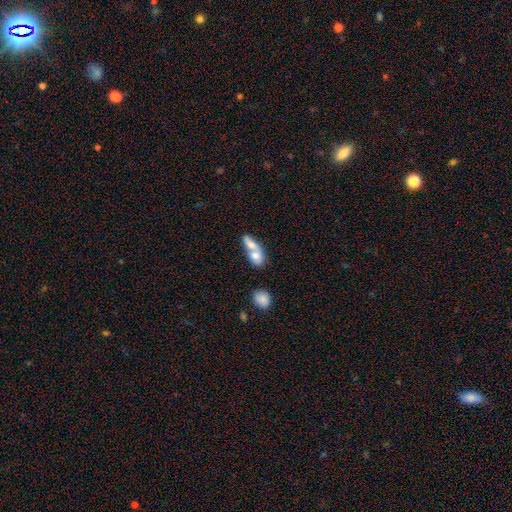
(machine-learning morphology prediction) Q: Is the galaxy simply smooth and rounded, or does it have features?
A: smooth — 64%.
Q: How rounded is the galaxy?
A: in between — 72%.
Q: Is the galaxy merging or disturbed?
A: merger — 69%.